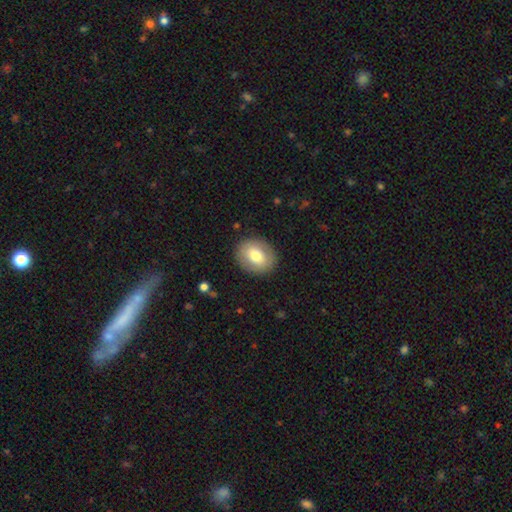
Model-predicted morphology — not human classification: Overall: smooth (71%). How rounded: round (53%; in between 46%). Merging: none (87%).